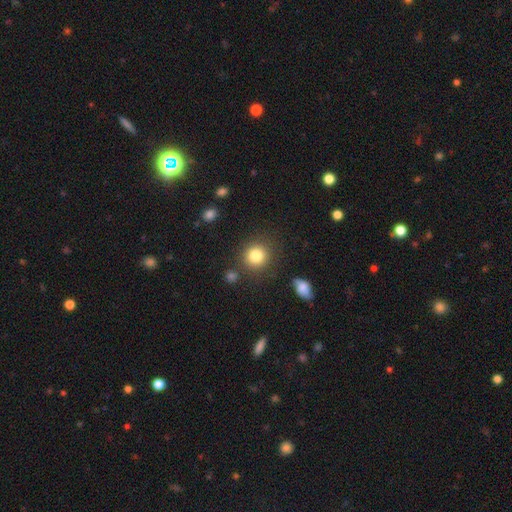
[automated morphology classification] smooth_or_featured: smooth (p=0.83) [alt: star or artifact p=0.10]
how_rounded: round (p=0.89) [alt: in between p=0.10]
merging: none (p=0.83) [alt: minor disturbance p=0.09]